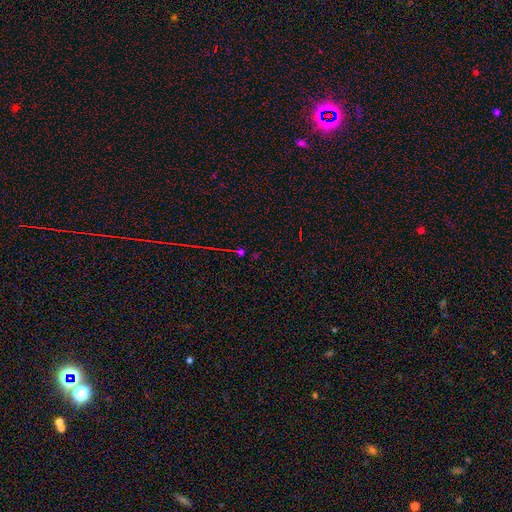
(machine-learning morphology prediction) star or artifact 66%, smooth 23%, featured or disk 10%.